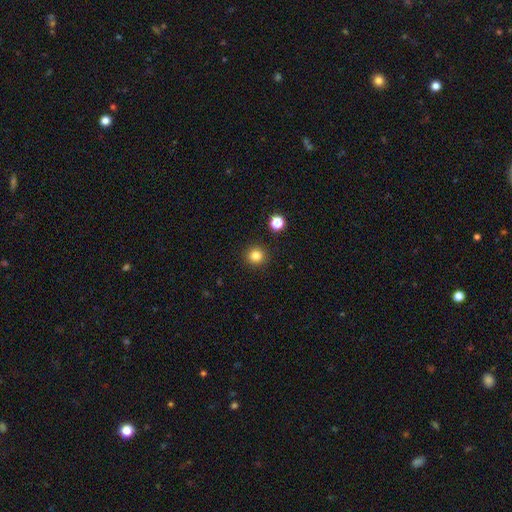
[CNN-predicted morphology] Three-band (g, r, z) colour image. It shows a smooth galaxy with no disk features (81%) that is round (94%). Merging: none (92%).